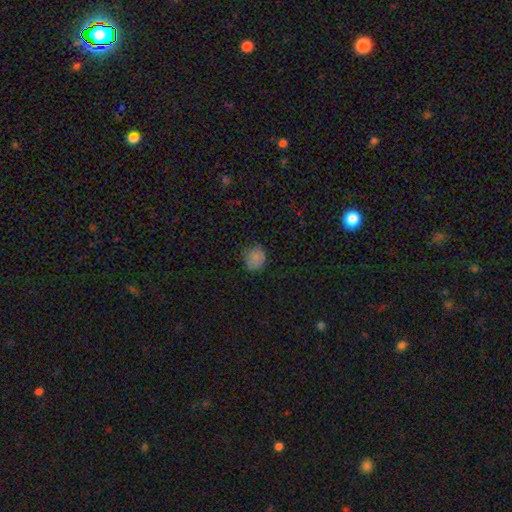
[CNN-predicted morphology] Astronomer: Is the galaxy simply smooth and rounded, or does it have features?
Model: smooth — 76%.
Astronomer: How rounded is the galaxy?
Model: round — 76%.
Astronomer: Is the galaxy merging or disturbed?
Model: none — 76%.